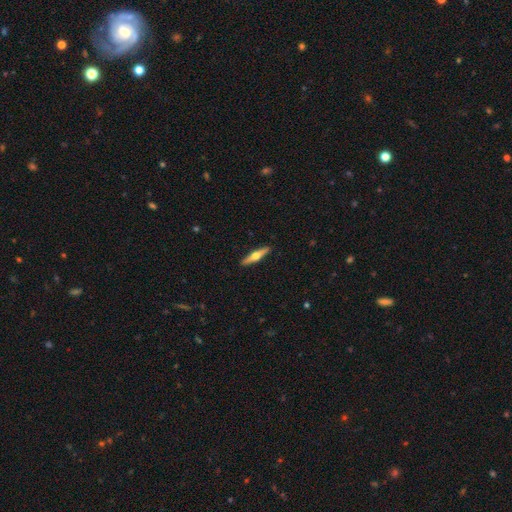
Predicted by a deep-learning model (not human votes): smooth-or-featured: featured or disk: 63% | smooth: 32% | star or artifact: 5%
  disk-edge-on: yes: 96% | no: 4%
    edge-on-bulge: rounded: 95% | none: 3% | boxy: 2%
  merging: none: 92% | minor disturbance: 6% | major disturbance: 1% | merger: 1%